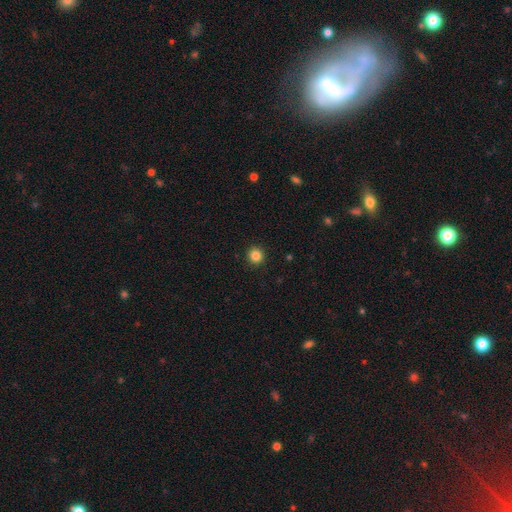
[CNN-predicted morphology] Q: Smooth or featured?
A: smooth (85%); runner-up: star or artifact (11%)
Q: How rounded?
A: round (95%); runner-up: in between (4%)
Q: Merging?
A: none (93%); runner-up: minor disturbance (5%)